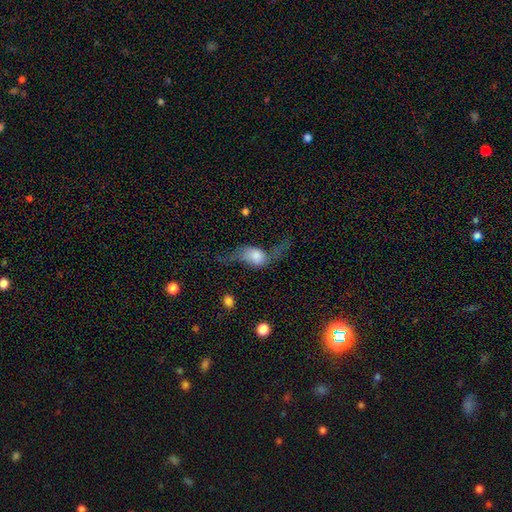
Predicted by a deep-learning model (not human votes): Q: Smooth or featured?
A: featured or disk (48%); runner-up: smooth (43%)
Q: Merging?
A: major disturbance (44%); runner-up: none (30%)